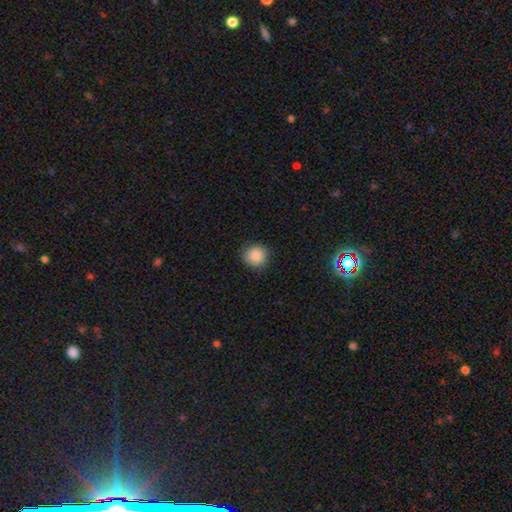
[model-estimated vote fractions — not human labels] This appears to be a smooth galaxy with no disk features (88%) that is round (90%). Merging: none (87%).